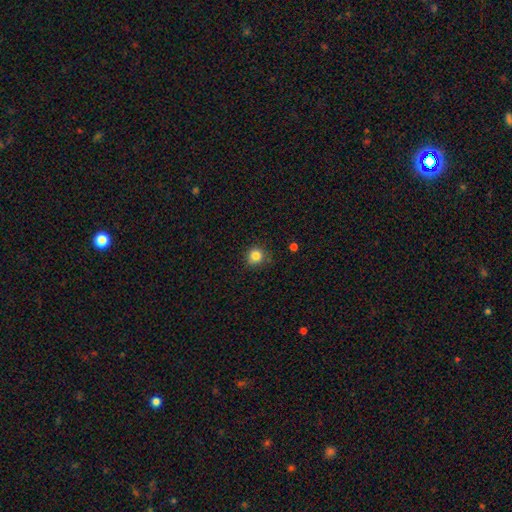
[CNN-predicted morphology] Smooth or featured? smooth (84%)
How rounded? round (90%)
Merging? none (83%)